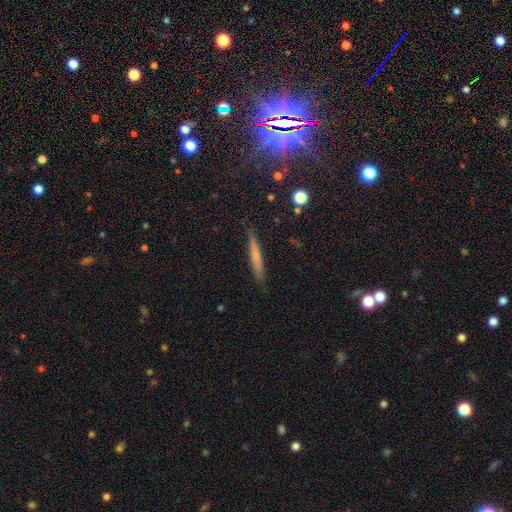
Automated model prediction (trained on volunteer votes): Smooth or featured? smooth (58%)
How rounded? cigar-shaped (95%)
Merging? none (87%)